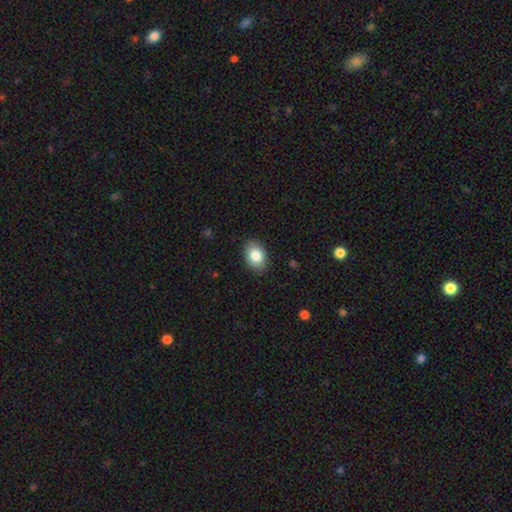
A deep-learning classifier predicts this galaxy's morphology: The model was most divided on "how rounded": in between: 82%, round: 17%, cigar-shaped: 1%. More confident: merging — none (88%); smooth or featured — smooth (83%).